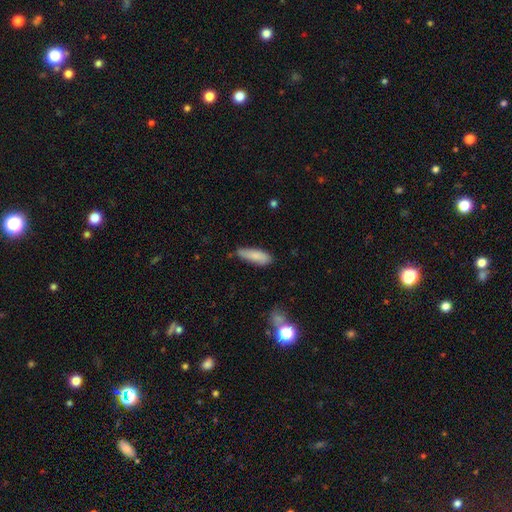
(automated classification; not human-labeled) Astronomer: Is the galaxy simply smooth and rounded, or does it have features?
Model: smooth — 84%.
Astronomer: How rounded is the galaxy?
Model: cigar-shaped — 51% (runner-up: in between, 48%).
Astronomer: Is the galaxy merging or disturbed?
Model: none — 68%.